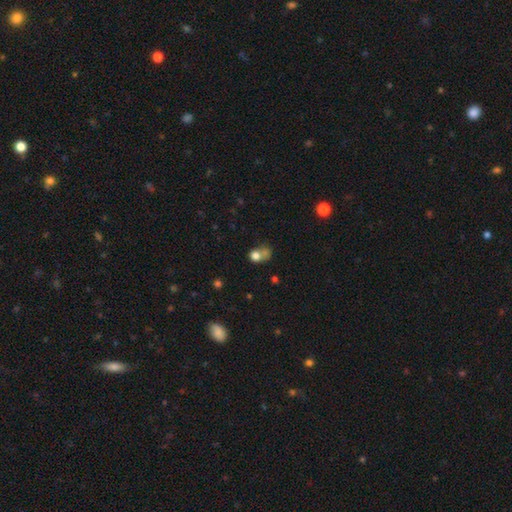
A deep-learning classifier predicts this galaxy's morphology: Overall: smooth (75%). How rounded: round (65%; in between 34%). Merging: merger (45%; none 32%).